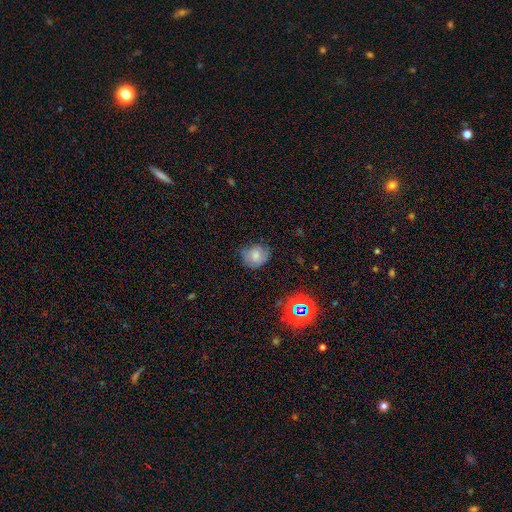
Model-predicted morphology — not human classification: Overall: smooth (65%). How rounded: round (69%). Merging: none (62%; minor disturbance 28%).